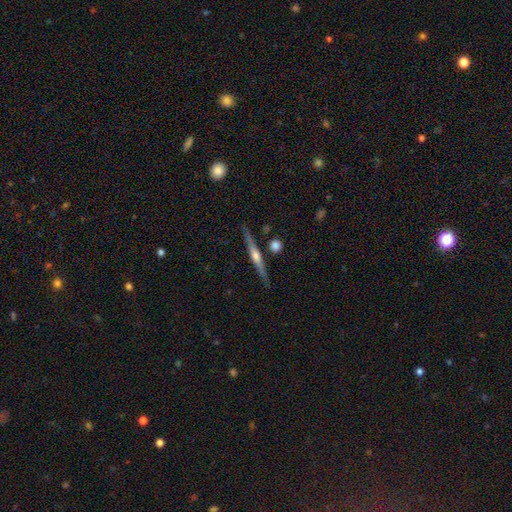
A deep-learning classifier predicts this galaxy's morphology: smooth_or_featured: featured or disk (p=0.73) [alt: smooth p=0.21]
disk_edge_on: yes (p=0.97) [alt: no p=0.03]
edge_on_bulge: rounded (p=0.80) [alt: none p=0.12]
merging: none (p=0.84) [alt: minor disturbance p=0.09]